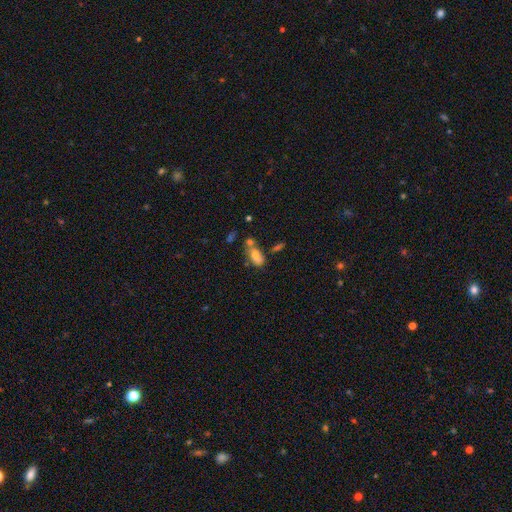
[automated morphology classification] A smooth galaxy with no disk features (71%) that is in between round and cigar-shaped (87%).

Vote fractions:
- Smooth or featured? smooth: 71% / featured or disk: 19% / star or artifact: 10%
- How rounded? in between: 87% / cigar-shaped: 7% / round: 5%
- Merging? none: 44% / merger: 29% / minor disturbance: 19% / major disturbance: 9%